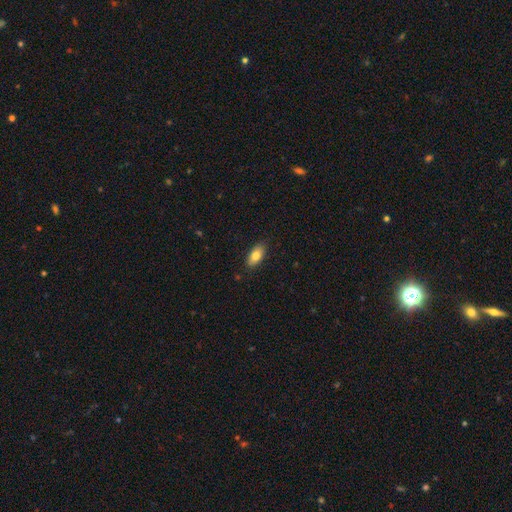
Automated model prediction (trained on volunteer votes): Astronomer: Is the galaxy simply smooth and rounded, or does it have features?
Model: smooth — 79%.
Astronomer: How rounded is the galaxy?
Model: in between — 88%.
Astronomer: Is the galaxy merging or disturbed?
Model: none — 86%.